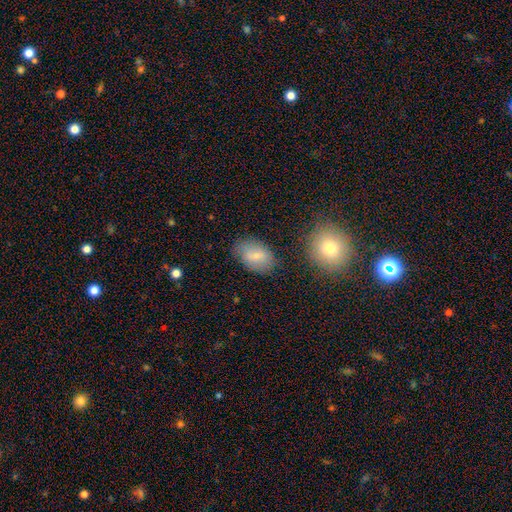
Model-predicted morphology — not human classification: Smooth or featured? Predicted: smooth (p=0.72). How rounded? Predicted: in between (p=0.89). Merging? Predicted: none (p=0.75).